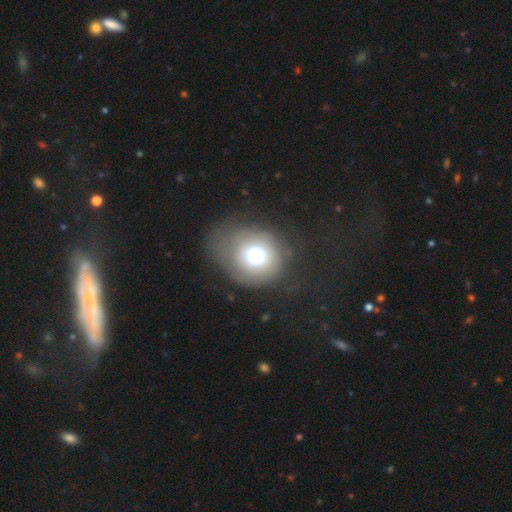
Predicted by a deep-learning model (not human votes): smooth_or_featured: smooth (p=0.68) [alt: featured or disk p=0.18]
how_rounded: round (p=0.86) [alt: in between p=0.13]
merging: none (p=0.52) [alt: major disturbance p=0.24]